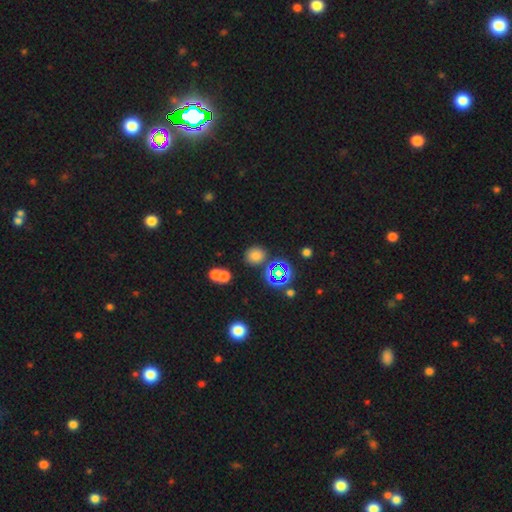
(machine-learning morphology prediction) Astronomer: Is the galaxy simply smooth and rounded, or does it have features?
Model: smooth — 66%.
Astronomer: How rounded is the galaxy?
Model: round — 79%.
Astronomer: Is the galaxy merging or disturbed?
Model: none — 76%.